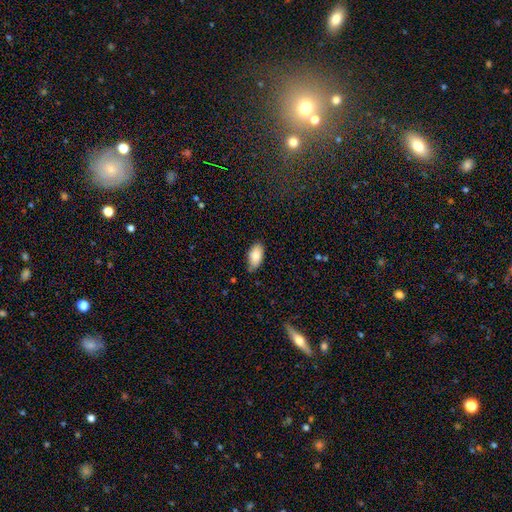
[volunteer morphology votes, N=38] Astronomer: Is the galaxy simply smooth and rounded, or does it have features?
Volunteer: smooth — 92%.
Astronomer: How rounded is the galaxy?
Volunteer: in between — 91%.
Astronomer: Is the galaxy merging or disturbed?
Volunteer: none — 74%.